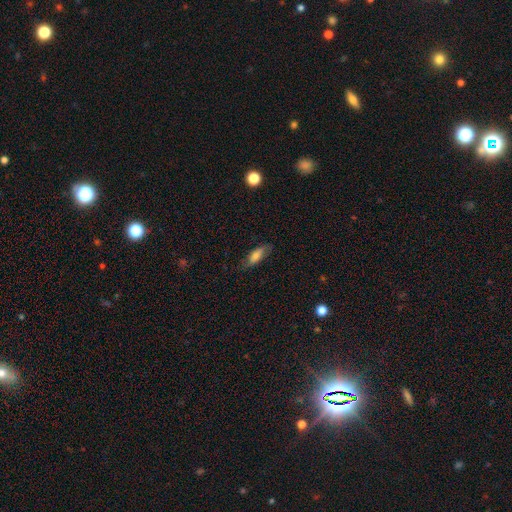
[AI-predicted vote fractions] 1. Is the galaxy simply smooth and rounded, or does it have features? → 66% smooth, 27% featured or disk, 7% star or artifact.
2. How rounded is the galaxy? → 63% in between, 34% cigar-shaped, 3% round.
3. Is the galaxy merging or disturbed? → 75% none, 18% minor disturbance, 5% major disturbance, 1% merger.